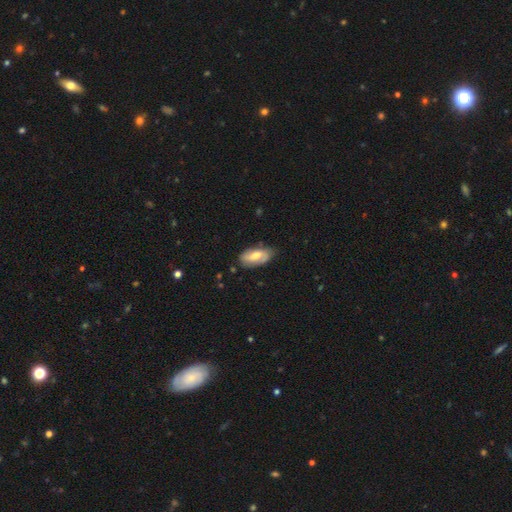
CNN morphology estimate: Smooth or featured? smooth (53%)
How rounded? in between (90%)
Merging? none (72%)